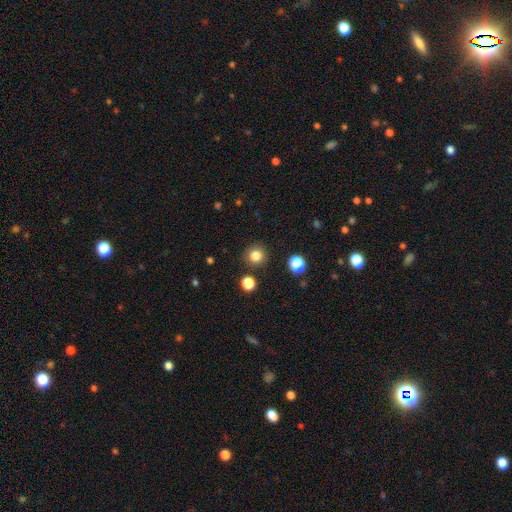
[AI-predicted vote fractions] This is clearly a smooth galaxy (82%). How rounded: clearly round (92%). Merging: clearly none (89%).